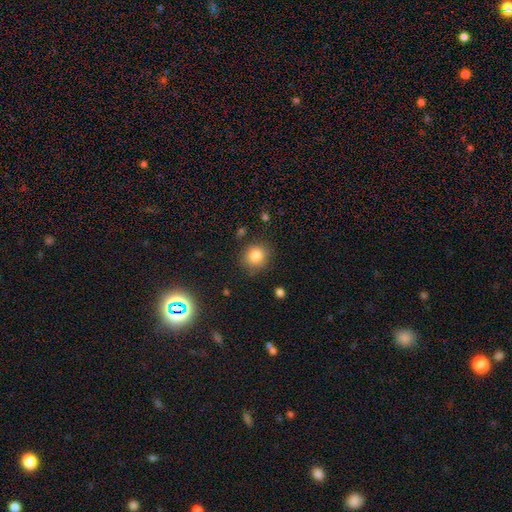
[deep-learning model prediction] smooth-or-featured: smooth: 83% | star or artifact: 11% | featured or disk: 6%
  how-rounded: round: 84% | in between: 15% | cigar-shaped: 1%
  merging: none: 83% | minor disturbance: 12% | major disturbance: 3% | merger: 2%